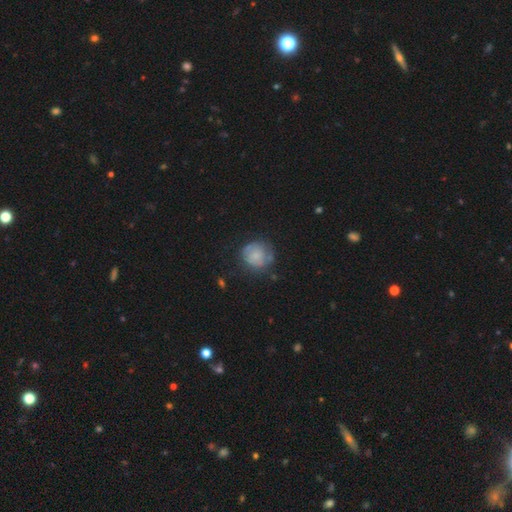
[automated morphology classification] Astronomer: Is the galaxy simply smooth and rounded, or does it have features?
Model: smooth — 62%.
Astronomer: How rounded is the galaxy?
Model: round — 87%.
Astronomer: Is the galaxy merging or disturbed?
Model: none — 63%.